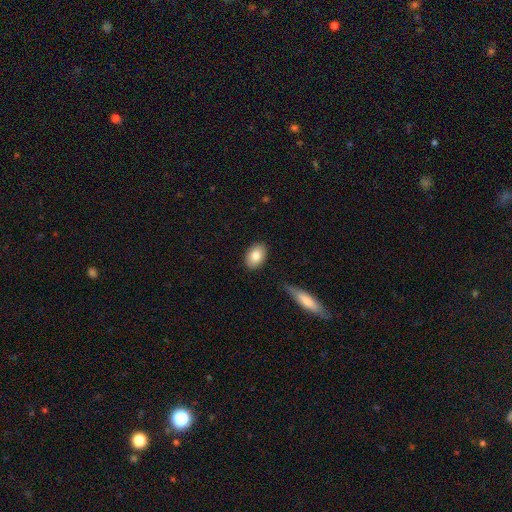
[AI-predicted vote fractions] Q: Smooth or featured?
A: smooth (82%); runner-up: featured or disk (11%)
Q: How rounded?
A: in between (86%); runner-up: round (13%)
Q: Merging?
A: none (86%); runner-up: minor disturbance (10%)